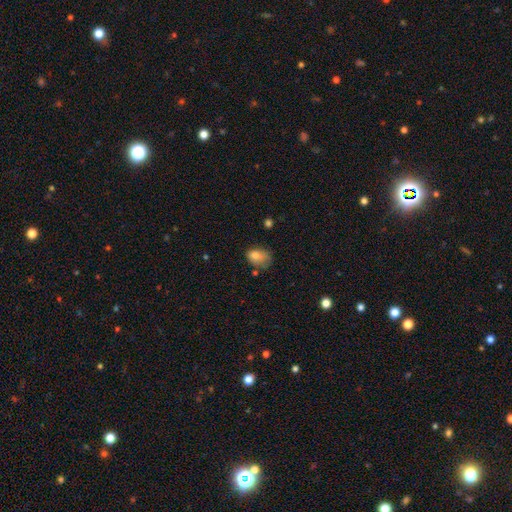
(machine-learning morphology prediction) Smooth or featured? smooth (75%)
How rounded? in between (74%)
Merging? none (37%)